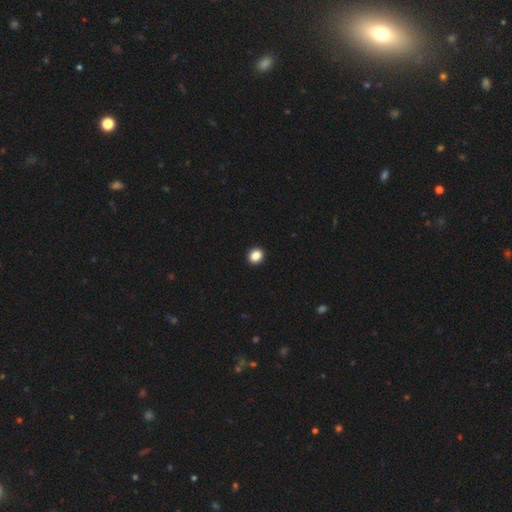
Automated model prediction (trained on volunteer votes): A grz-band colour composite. It shows a smooth galaxy with no disk features (87%) that is round (72%). Merging: none (93%).